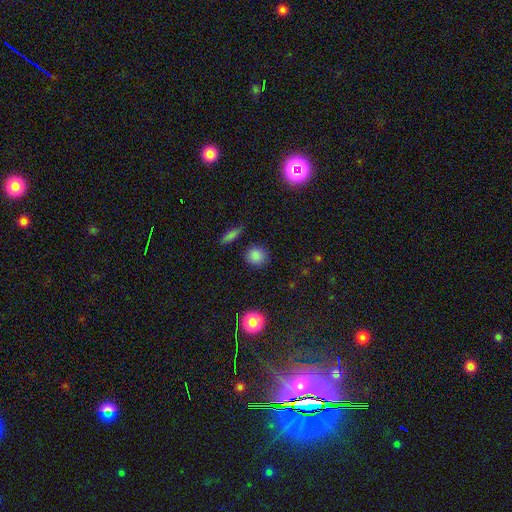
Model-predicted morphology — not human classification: smooth-or-featured: smooth: 84% | star or artifact: 12% | featured or disk: 4%
  how-rounded: round: 86% | in between: 12% | cigar-shaped: 2%
  merging: none: 86% | minor disturbance: 9% | major disturbance: 3% | merger: 2%